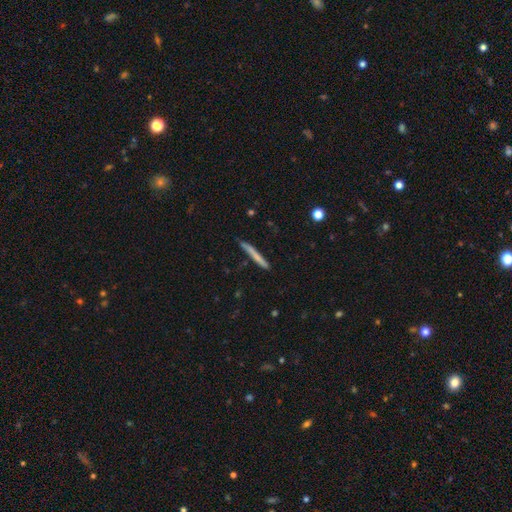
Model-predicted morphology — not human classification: smooth 63%, featured or disk 31%, star or artifact 6%. Down the decision tree: how rounded — cigar-shaped (96%); merging — none (85%).